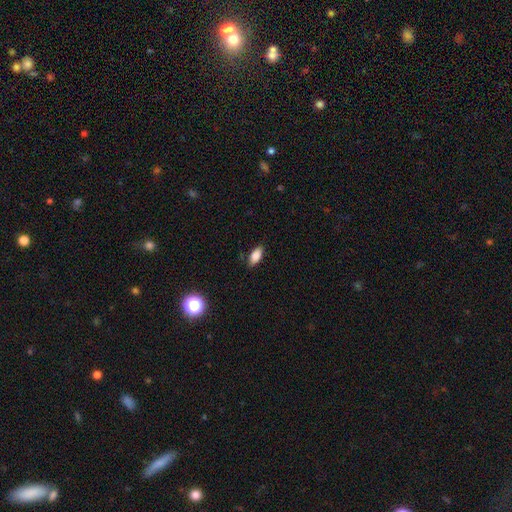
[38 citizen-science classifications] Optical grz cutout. It shows a smooth galaxy with no disk features (87%) that is in between round and cigar-shaped (82%). Merging: none (92%).